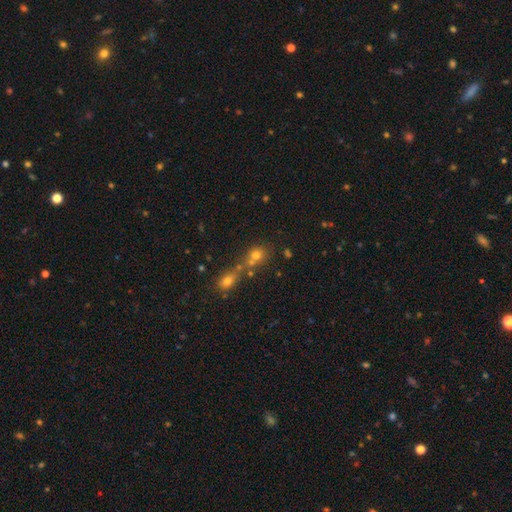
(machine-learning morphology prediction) A smooth galaxy with no disk features (66%) that is round (78%).

Vote fractions:
- Smooth or featured? smooth: 66% / star or artifact: 21% / featured or disk: 13%
- How rounded? round: 78% / in between: 20% / cigar-shaped: 2%
- Merging? merger: 47% / none: 40% / minor disturbance: 8% / major disturbance: 5%